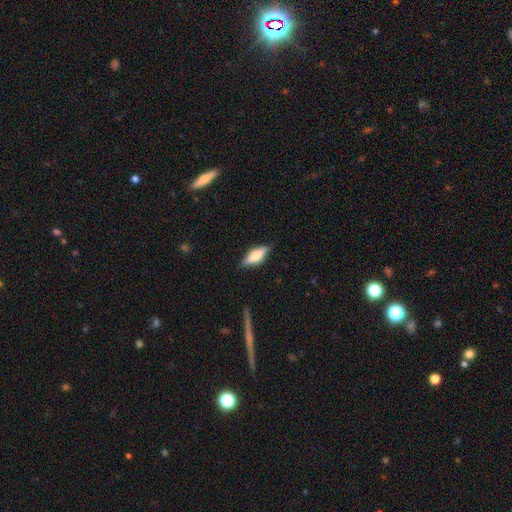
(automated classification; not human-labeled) Smooth or featured? Predicted: smooth (p=0.53). How rounded? Predicted: in between (p=0.54). Merging? Predicted: none (p=0.84).